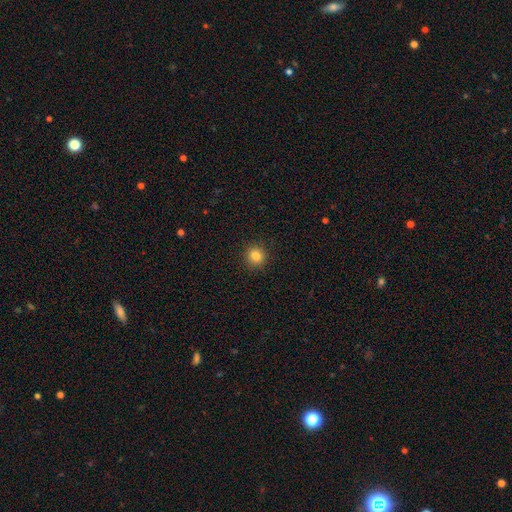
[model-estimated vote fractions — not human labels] Smooth or featured: smooth — 84% (star or artifact — 11%)
How rounded: round — 88% (in between — 11%)
Merging: none — 91% (minor disturbance — 6%)